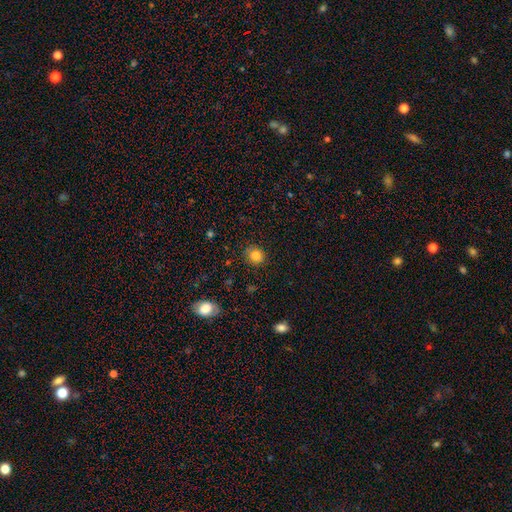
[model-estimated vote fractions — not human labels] The model was most divided on "how rounded": round: 74%, in between: 25%, cigar-shaped: 1%. More confident: merging — none (87%); smooth or featured — smooth (82%).